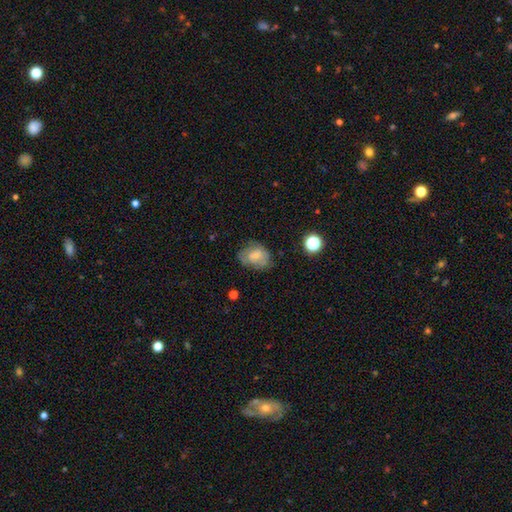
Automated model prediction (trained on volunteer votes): The model was most divided on "merging": none: 55%, minor disturbance: 28%, major disturbance: 15%, merger: 3%. More confident: how rounded — in between (66%); smooth or featured — smooth (64%).